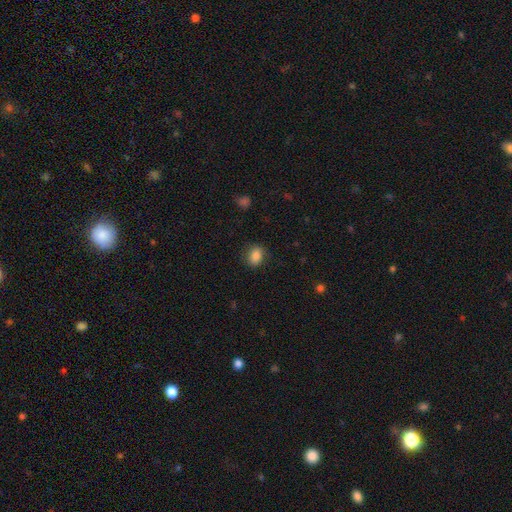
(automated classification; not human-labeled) Morphology: type=smooth (85%); roundness=in between (57%); merging=none (85%).